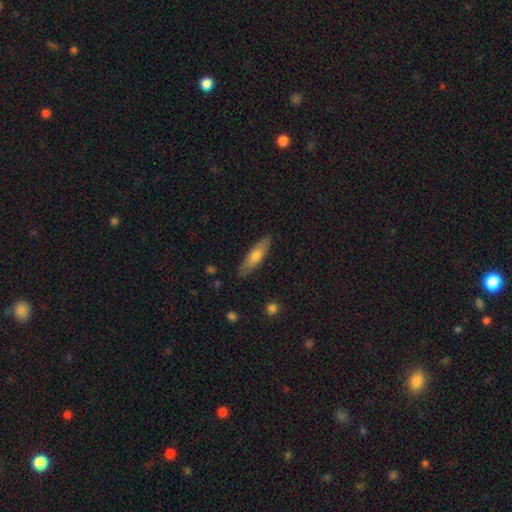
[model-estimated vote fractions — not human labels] smooth-or-featured: smooth: 65% | featured or disk: 29% | star or artifact: 6%
  how-rounded: cigar-shaped: 63% | in between: 35% | round: 2%
  merging: none: 86% | minor disturbance: 11% | major disturbance: 2% | merger: 1%